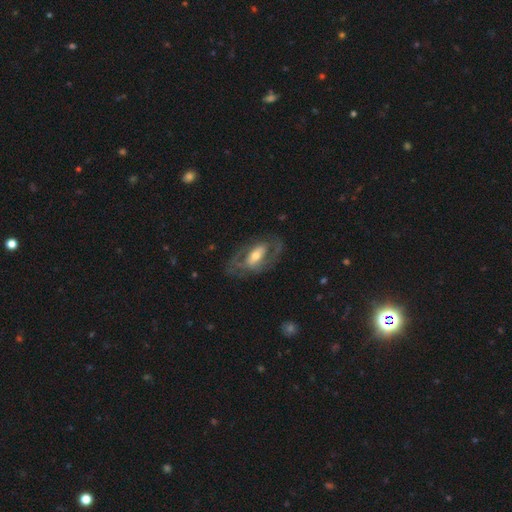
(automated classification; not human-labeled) A featured or disk galaxy (76%) with a strong bar (39%), spiral arms (71%) and a moderate central bulge (59%).

Vote fractions:
- Smooth or featured? featured or disk: 76% / smooth: 19% / star or artifact: 5%
- Edge-on disk? no: 92% / yes: 8%
- Bar? strong: 39% / weak: 33% / no: 28%
- Spiral arms? yes: 71% / no: 29%
- Bulge size? moderate: 59% / small: 26% / large: 12% / dominant: 1% / none: 1%
- Merging? none: 68% / minor disturbance: 16% / major disturbance: 15% / merger: 2%